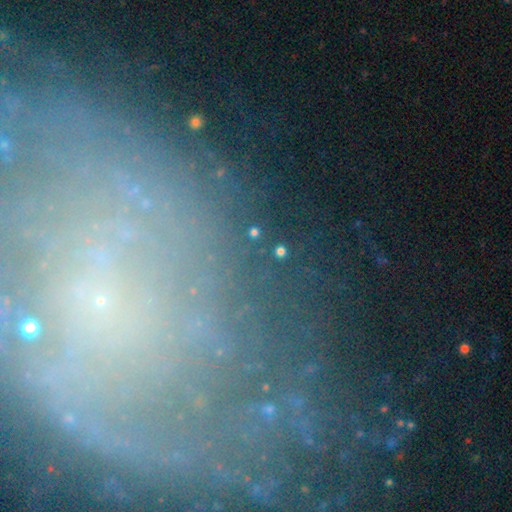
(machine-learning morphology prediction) Q: Smooth or featured?
A: featured or disk (54%); runner-up: star or artifact (27%)
Q: Edge-on disk?
A: no (90%); runner-up: yes (10%)
Q: Merging?
A: none (75%); runner-up: minor disturbance (13%)